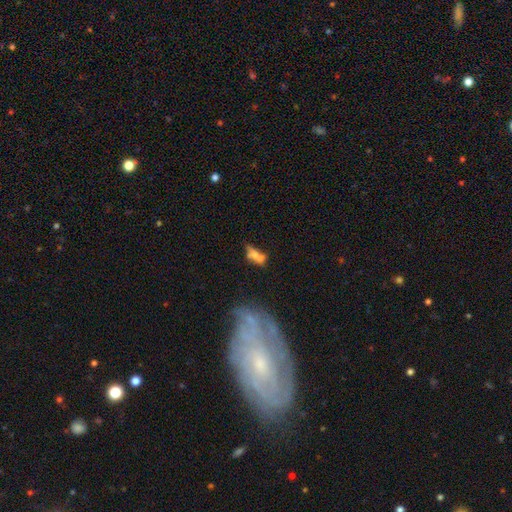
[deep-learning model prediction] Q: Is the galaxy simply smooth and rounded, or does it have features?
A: smooth — 49%.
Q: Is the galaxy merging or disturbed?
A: merger — 37%.